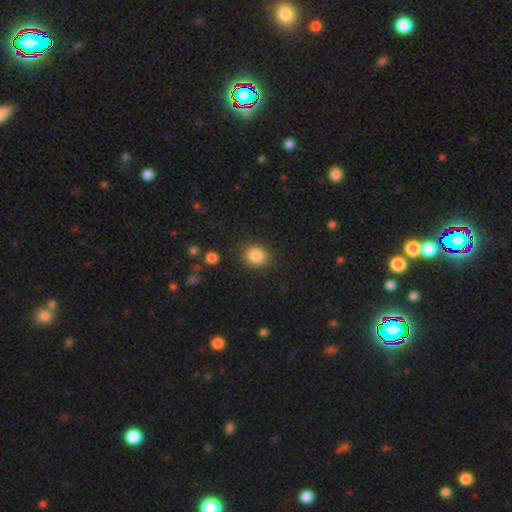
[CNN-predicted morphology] smooth-or-featured: smooth: 85% | star or artifact: 10% | featured or disk: 5%
  how-rounded: round: 67% | in between: 32% | cigar-shaped: 1%
  merging: none: 85% | minor disturbance: 10% | major disturbance: 3% | merger: 2%